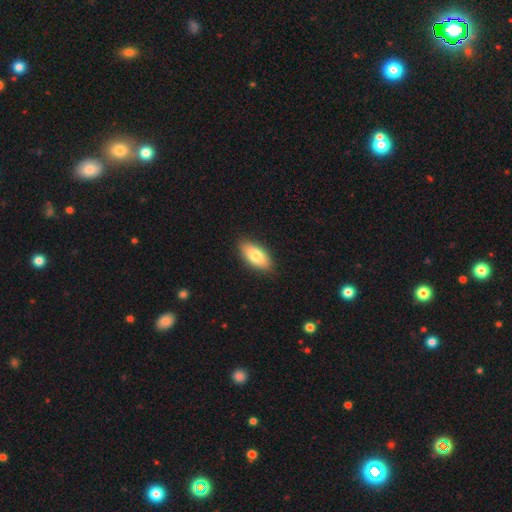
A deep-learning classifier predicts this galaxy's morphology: The model was most divided on "smooth or featured": smooth: 80%, featured or disk: 14%, star or artifact: 6%. More confident: how rounded — in between (89%); merging — none (88%).